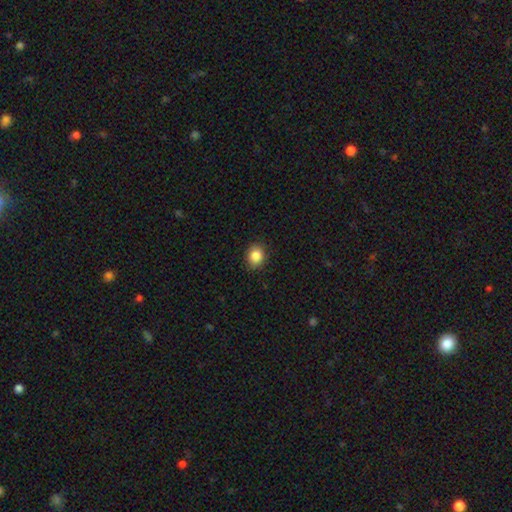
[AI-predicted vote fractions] Smooth or featured?
  - smooth: 86% *
  - star or artifact: 9%
  - featured or disk: 5%
How rounded?
  - round: 68% *
  - in between: 31%
  - cigar-shaped: 1%
Merging?
  - none: 86% *
  - minor disturbance: 11%
  - major disturbance: 2%
  - merger: 1%